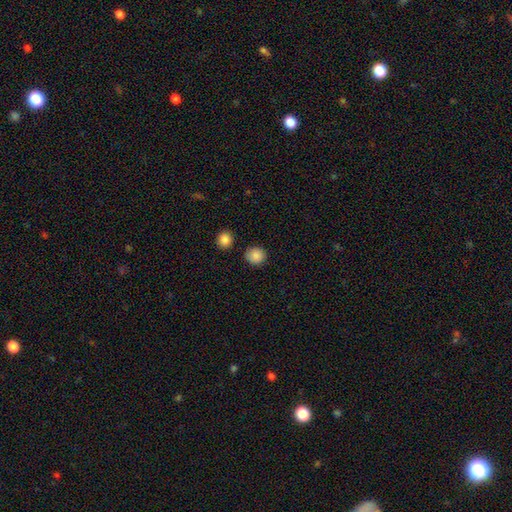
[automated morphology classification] Overall: smooth (87%). How rounded: round (88%). Merging: none (84%).